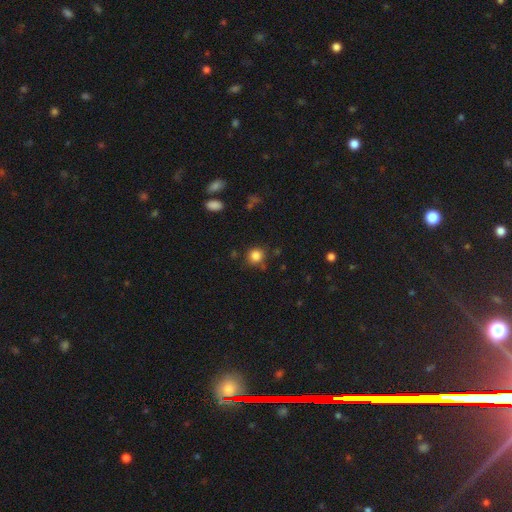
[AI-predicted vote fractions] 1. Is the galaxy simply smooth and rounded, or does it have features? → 84% smooth, 12% star or artifact, 5% featured or disk.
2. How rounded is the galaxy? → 87% round, 12% in between, 1% cigar-shaped.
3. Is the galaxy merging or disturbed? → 81% none, 12% minor disturbance, 4% merger, 3% major disturbance.